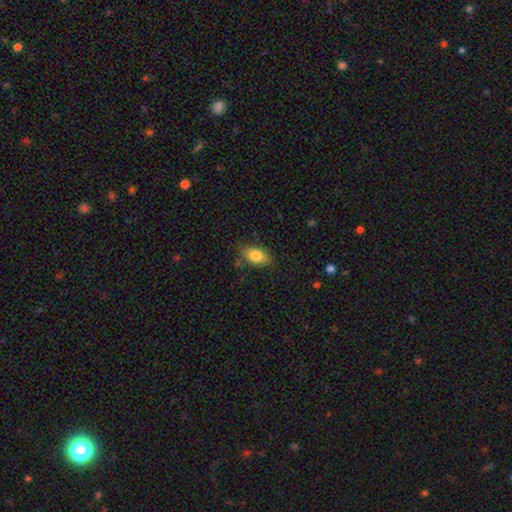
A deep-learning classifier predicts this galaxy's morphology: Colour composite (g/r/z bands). It shows a smooth galaxy with no disk features (83%) that is in between round and cigar-shaped (88%). Merging: none (77%).